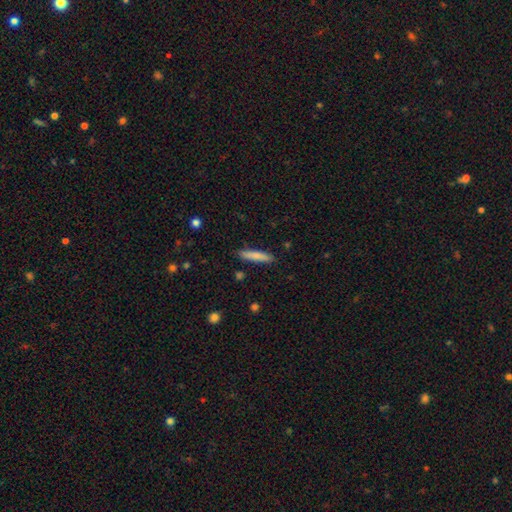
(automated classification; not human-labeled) smooth 81%, featured or disk 13%, star or artifact 6%. Down the decision tree: how rounded — cigar-shaped (89%); merging — none (86%).